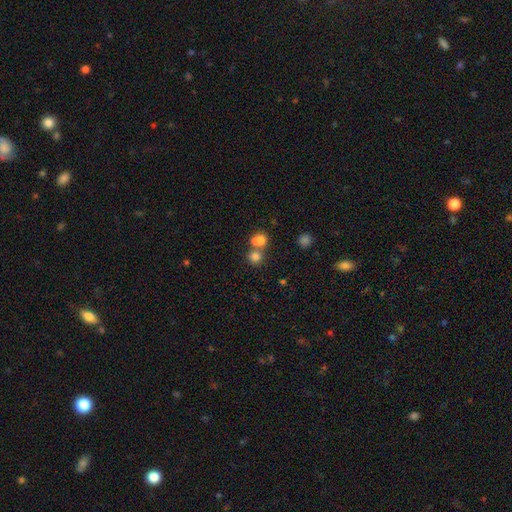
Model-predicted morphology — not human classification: Smooth or featured? Predicted: smooth (p=0.73). How rounded? Predicted: round (p=0.72). Merging? Predicted: none (p=0.45, tied with merger).